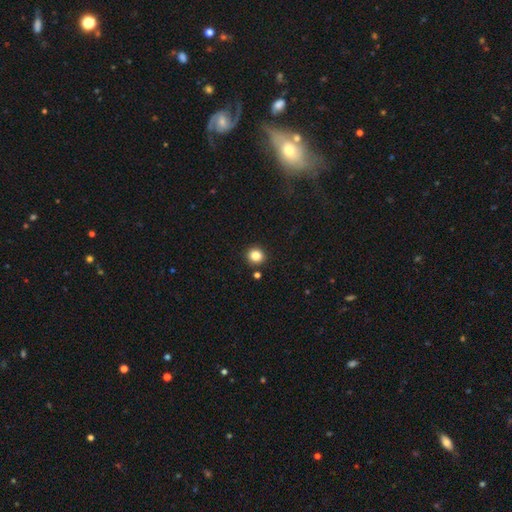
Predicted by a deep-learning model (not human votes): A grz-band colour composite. It shows a smooth galaxy with no disk features (83%) that is round (91%). Merging: none (90%).